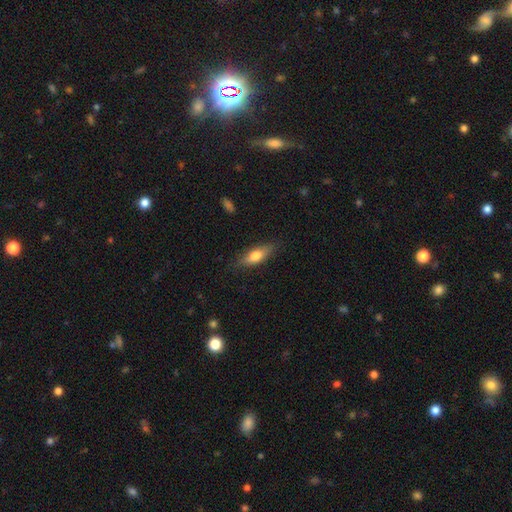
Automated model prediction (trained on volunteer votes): This appears to be a smooth galaxy with no disk features (67%) that is in between round and cigar-shaped (59%). Merging: none (82%).